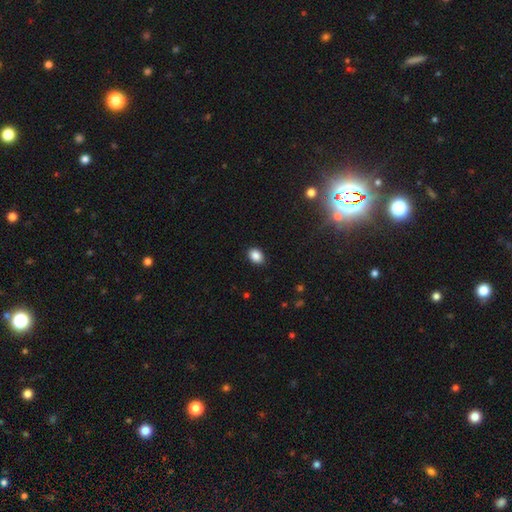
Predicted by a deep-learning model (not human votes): A smooth galaxy with no disk features (88%) that is in between round and cigar-shaped (76%). Merging: none (89%).